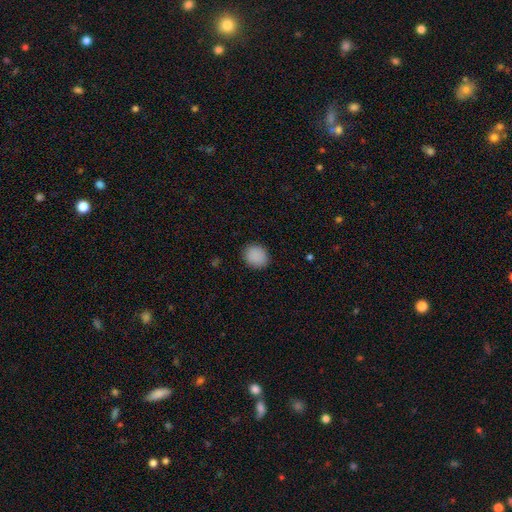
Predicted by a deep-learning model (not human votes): smooth-or-featured: smooth: 89% | star or artifact: 8% | featured or disk: 3%
  how-rounded: round: 77% | in between: 22% | cigar-shaped: 1%
  merging: none: 88% | minor disturbance: 8% | major disturbance: 2% | merger: 1%